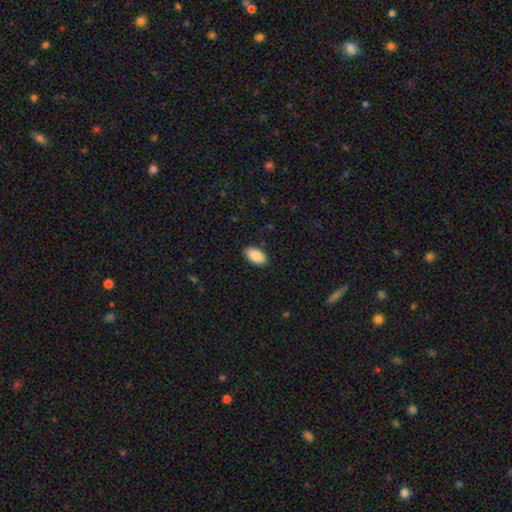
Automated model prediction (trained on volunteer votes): This appears to be a smooth galaxy with no disk features (87%) that is in between round and cigar-shaped (95%). Merging: none (89%).